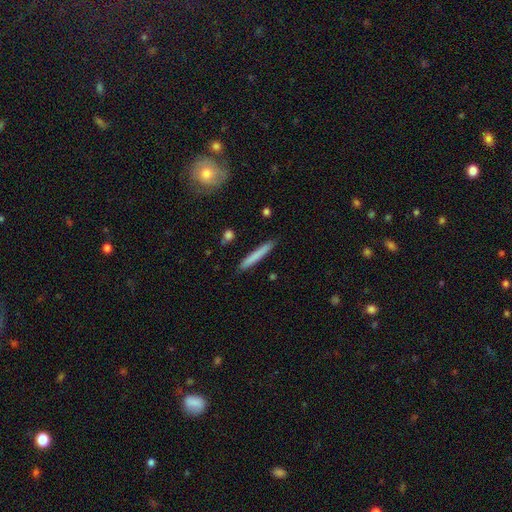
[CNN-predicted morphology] Q: Smooth or featured?
A: smooth (75%); runner-up: featured or disk (19%)
Q: How rounded?
A: cigar-shaped (96%); runner-up: in between (3%)
Q: Merging?
A: none (90%); runner-up: minor disturbance (7%)